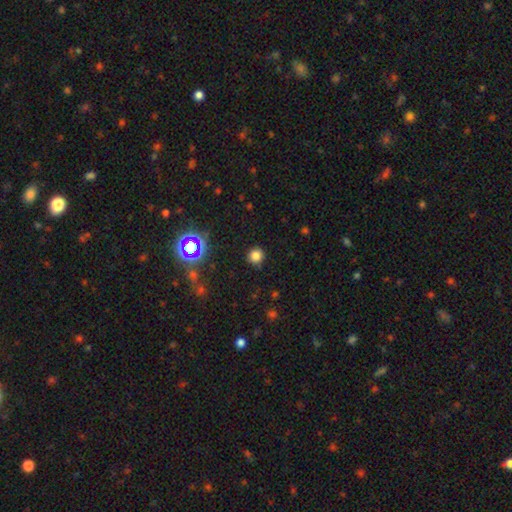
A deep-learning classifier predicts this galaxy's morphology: This appears to be a smooth galaxy with no disk features (77%) that is round (93%). Merging: none (89%).